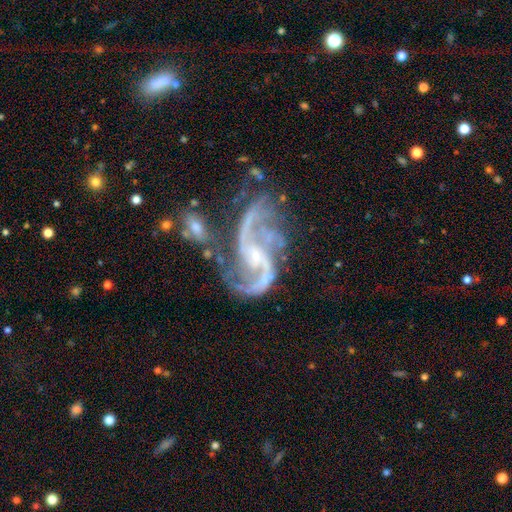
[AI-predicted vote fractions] Smooth or featured? featured or disk (91%)
Edge-on disk? no (98%)
Bar? no (48%)
Spiral arms? yes (97%)
Spiral winding? medium (44%)
Spiral arm count? 2 (63%)
Bulge size? small (71%)
Merging? none (34%)